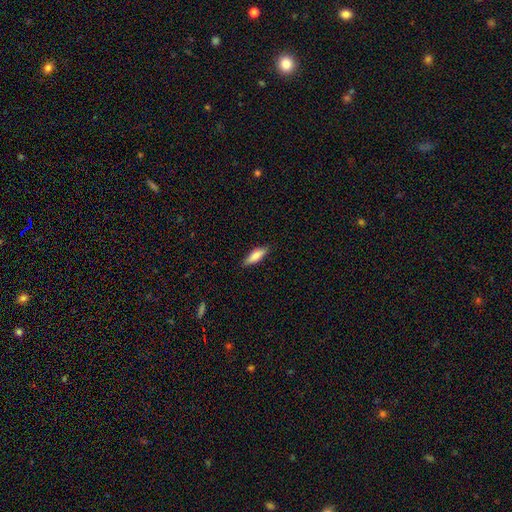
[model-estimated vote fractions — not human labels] Morphology: type=smooth (82%); roundness=cigar-shaped (50%); merging=none (87%).